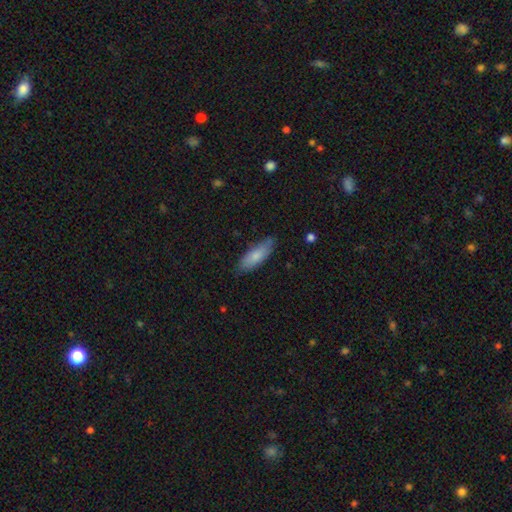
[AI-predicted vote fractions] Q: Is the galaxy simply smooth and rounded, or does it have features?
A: smooth — 79%.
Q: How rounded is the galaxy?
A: in between — 56%.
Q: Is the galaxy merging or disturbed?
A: none — 79%.